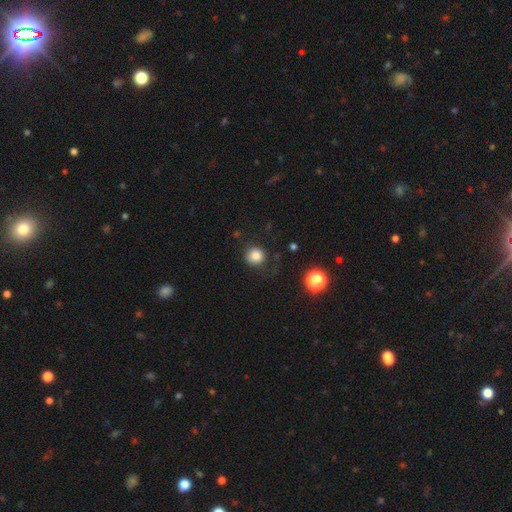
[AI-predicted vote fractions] Smooth or featured: smooth — 83% (star or artifact — 12%)
How rounded: round — 89% (in between — 10%)
Merging: none — 76% (minor disturbance — 16%)